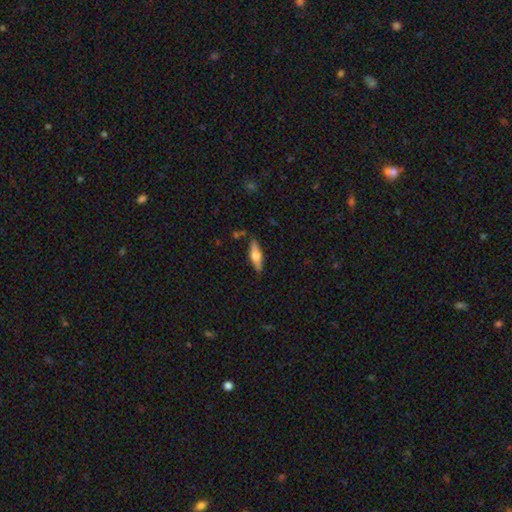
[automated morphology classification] A featured or disk galaxy (49%). Merging: none (84%).